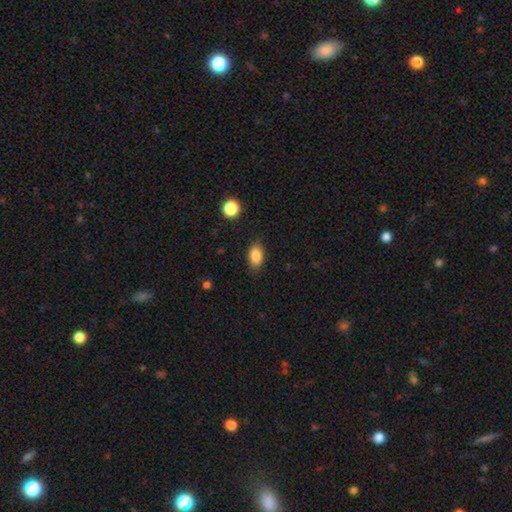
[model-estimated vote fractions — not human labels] Smooth or featured? Predicted: smooth (p=0.86). How rounded? Predicted: in between (p=0.87). Merging? Predicted: none (p=0.82).